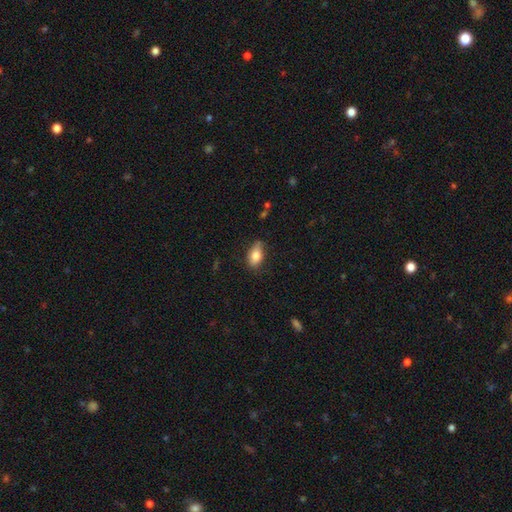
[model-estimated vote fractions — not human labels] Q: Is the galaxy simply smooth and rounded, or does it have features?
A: smooth — 79%.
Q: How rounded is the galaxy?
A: in between — 89%.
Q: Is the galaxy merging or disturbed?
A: none — 70%.